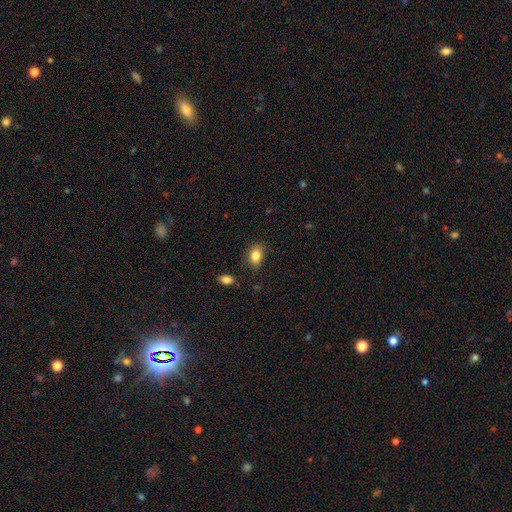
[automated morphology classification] A smooth galaxy with no disk features (84%) that is in between round and cigar-shaped (78%). Merging: none (81%).